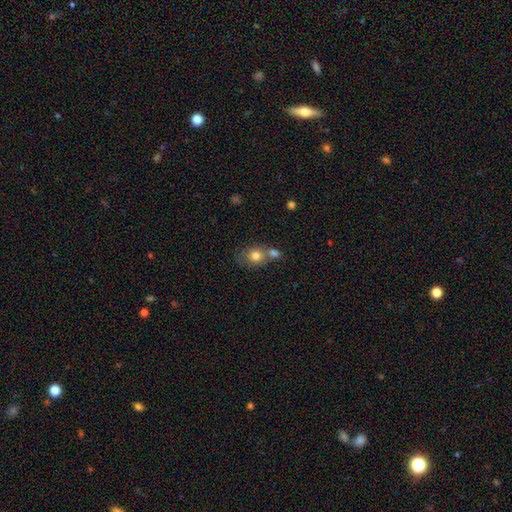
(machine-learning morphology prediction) type=smooth (77%); roundness=round (59%); merging=merger (43%).